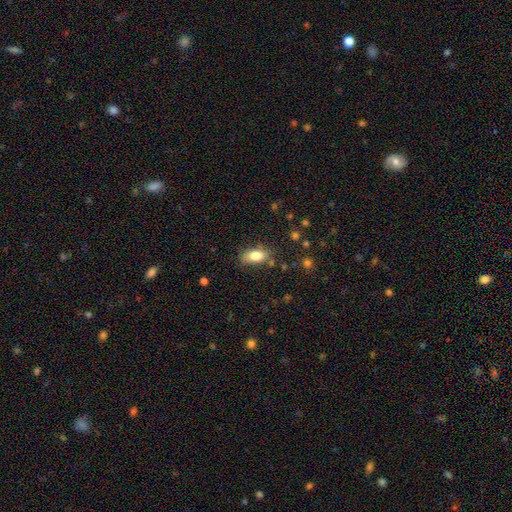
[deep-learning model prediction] Morphology: type=smooth (81%); roundness=in between (87%); merging=none (70%).